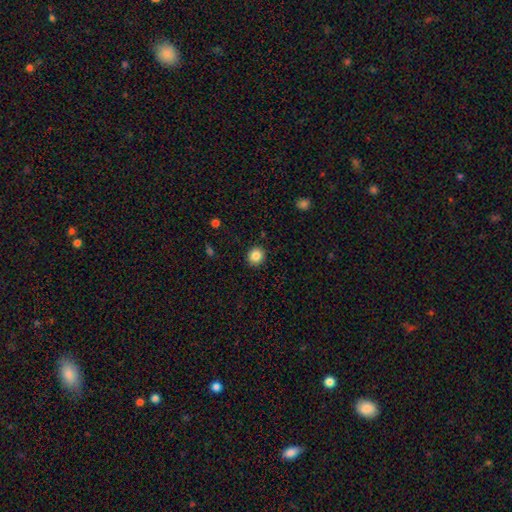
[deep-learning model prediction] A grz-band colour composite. It shows a smooth galaxy with no disk features (85%) that is round (88%). Merging: none (92%).